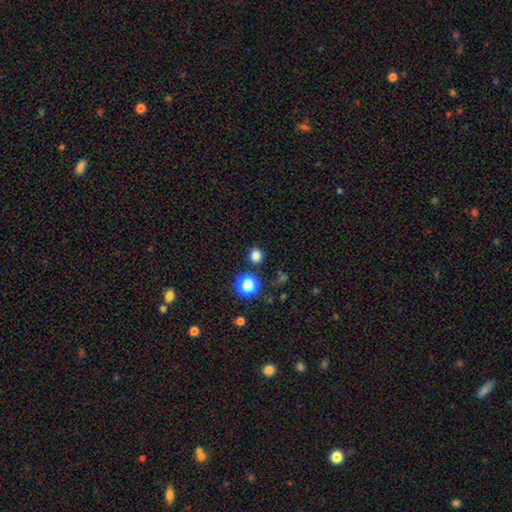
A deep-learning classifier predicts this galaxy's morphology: smooth 80%, star or artifact 16%, featured or disk 4%. Down the decision tree: how rounded — round (86%); merging — none (88%).